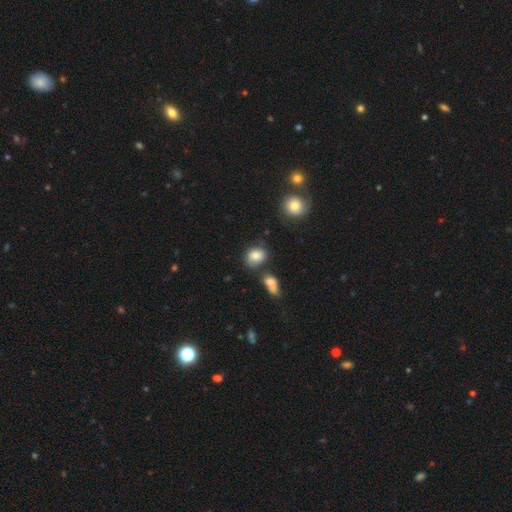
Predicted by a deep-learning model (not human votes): A smooth galaxy with no disk features (79%) that is in between round and cigar-shaped (52%). Merging: none (60%).